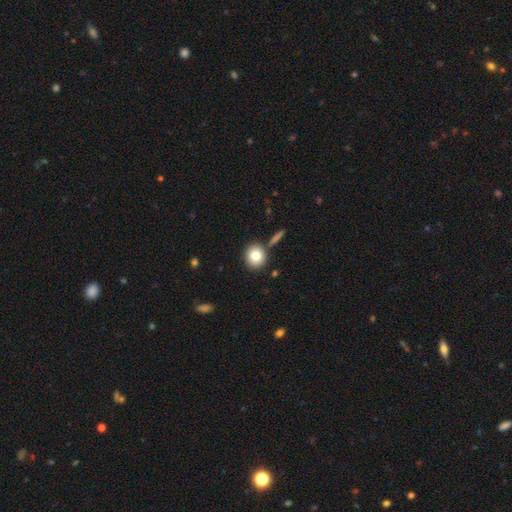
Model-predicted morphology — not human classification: The model was most divided on "how rounded": round: 83%, in between: 16%, cigar-shaped: 1%. More confident: merging — none (81%); smooth or featured — smooth (81%).